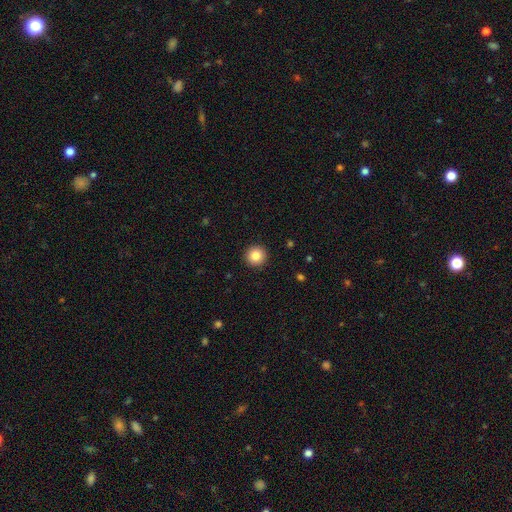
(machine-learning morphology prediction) Q: Smooth or featured?
A: smooth (84%); runner-up: star or artifact (10%)
Q: How rounded?
A: round (96%); runner-up: in between (3%)
Q: Merging?
A: none (93%); runner-up: minor disturbance (4%)